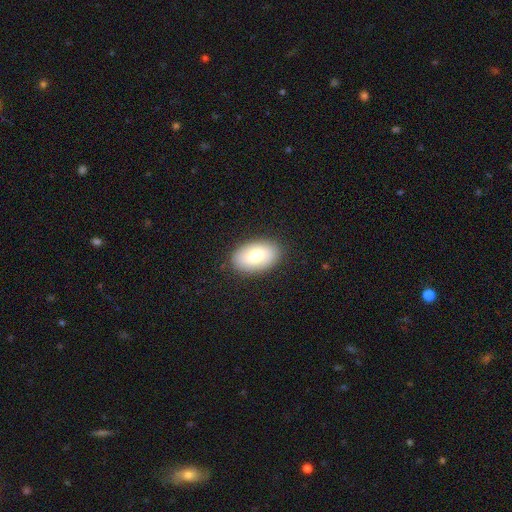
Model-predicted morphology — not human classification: smooth-or-featured: smooth: 72% | featured or disk: 22% | star or artifact: 7%
  how-rounded: in between: 91% | round: 7% | cigar-shaped: 1%
  merging: none: 88% | minor disturbance: 9% | major disturbance: 3% | merger: 1%